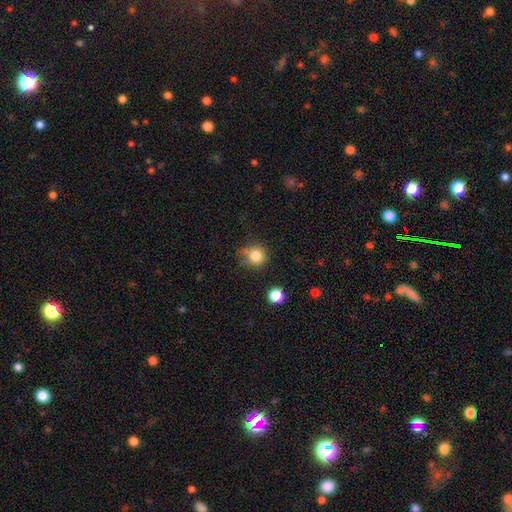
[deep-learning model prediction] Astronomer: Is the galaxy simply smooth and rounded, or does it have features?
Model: smooth — 82%.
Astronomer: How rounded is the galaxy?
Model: round — 92%.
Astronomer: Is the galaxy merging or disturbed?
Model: none — 73%.